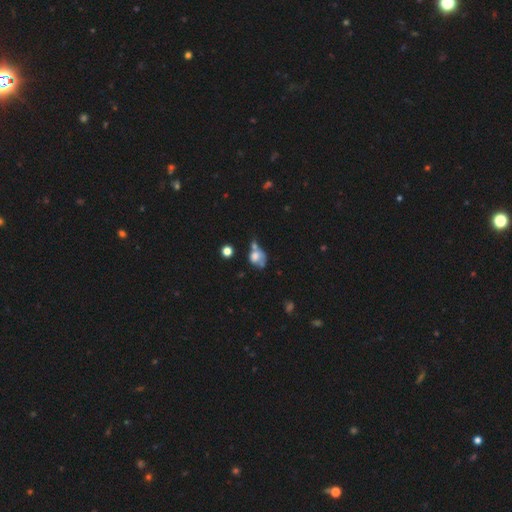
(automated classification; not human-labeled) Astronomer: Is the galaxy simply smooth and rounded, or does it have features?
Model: smooth — 58%.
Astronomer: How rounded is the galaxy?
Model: in between — 53% (runner-up: round, 46%).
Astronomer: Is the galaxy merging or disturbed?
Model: merger — 35% (runner-up: none, 23%).